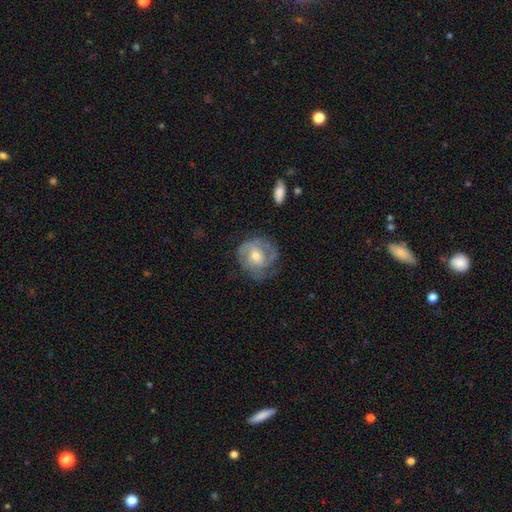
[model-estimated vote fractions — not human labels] Smooth or featured: featured or disk — 75% (smooth — 19%)
Edge-on disk: no — 97% (yes — 3%)
Bar: no — 56% (weak — 36%)
Spiral arms: yes — 91% (no — 9%)
Spiral winding: tight — 51% (medium — 38%)
Spiral arm count: 2 — 48% (can't tell — 21%)
Bulge size: moderate — 61% (small — 33%)
Merging: none — 65% (minor disturbance — 22%)